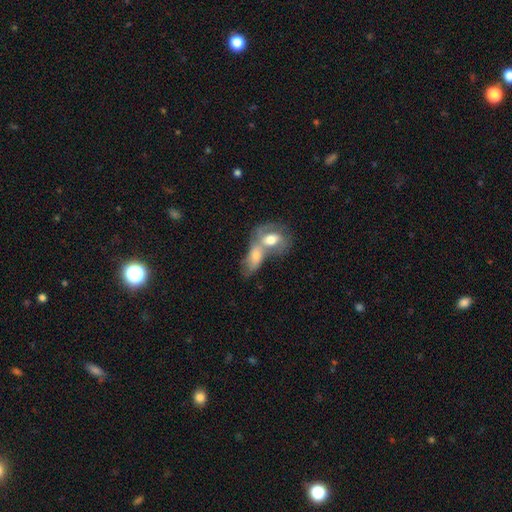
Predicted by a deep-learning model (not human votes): A smooth galaxy with no disk features (51%) that is in between round and cigar-shaped (81%).

Vote fractions:
- Smooth or featured? smooth: 51% / featured or disk: 42% / star or artifact: 7%
- How rounded? in between: 81% / round: 12% / cigar-shaped: 7%
- Merging? merger: 73% / none: 15% / minor disturbance: 7% / major disturbance: 5%